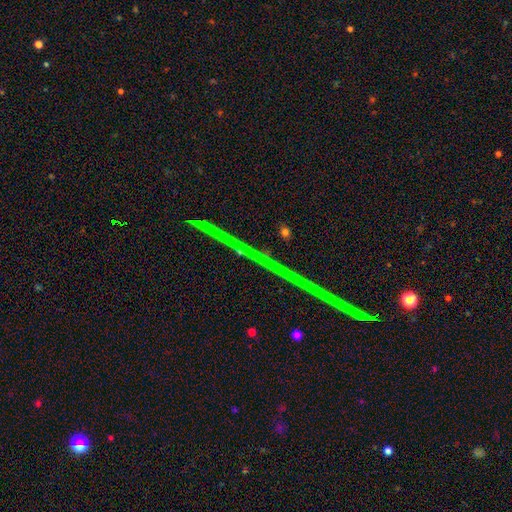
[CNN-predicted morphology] Q: Smooth or featured?
A: star or artifact (78%); runner-up: featured or disk (14%)